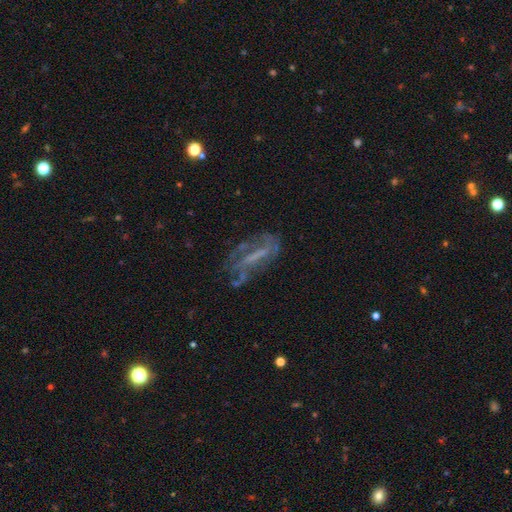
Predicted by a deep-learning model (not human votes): Smooth or featured?
  - featured or disk: 62% *
  - smooth: 22%
  - star or artifact: 15%
Edge-on disk?
  - no: 83% *
  - yes: 17%
Bar?
  - strong: 35% *
  - no: 34%
  - weak: 31%
Spiral arms?
  - yes: 53% *
  - no: 47%
Bulge size?
  - none: 54% *
  - small: 25%
  - moderate: 17%
  - large: 3%
  - dominant: 1%
Merging?
  - none: 47% *
  - major disturbance: 26%
  - minor disturbance: 22%
  - merger: 5%